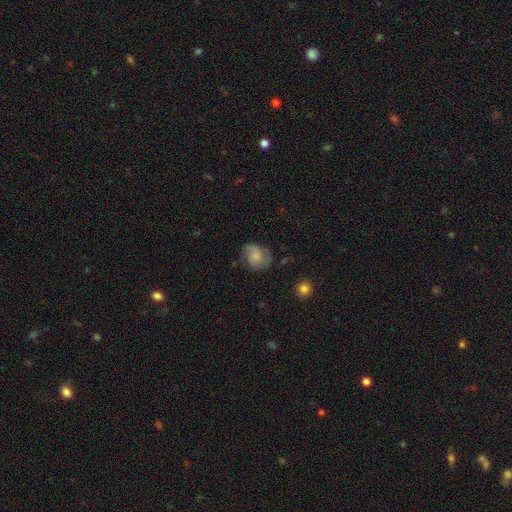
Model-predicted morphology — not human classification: type=smooth (49%); merging=none (59%).